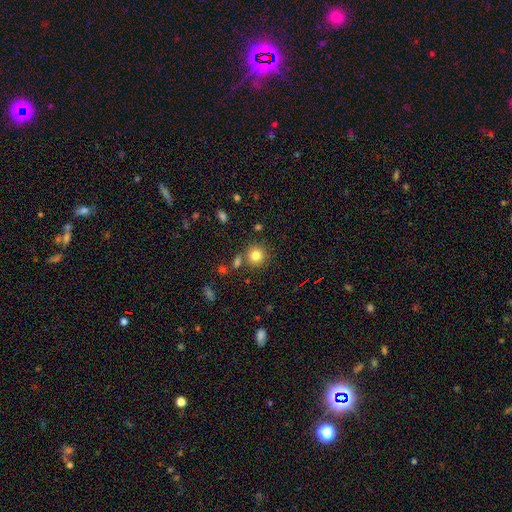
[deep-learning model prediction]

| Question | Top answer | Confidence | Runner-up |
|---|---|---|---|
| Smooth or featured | smooth | 81% | star or artifact (12%) |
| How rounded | round | 92% | in between (7%) |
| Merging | none | 80% | merger (9%) |